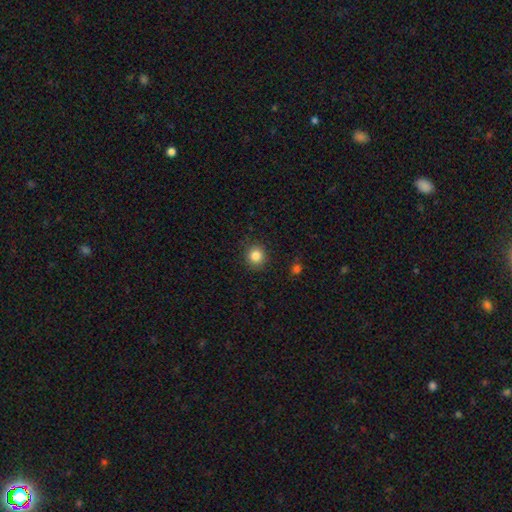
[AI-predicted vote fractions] Overall: smooth (84%). How rounded: round (90%). Merging: none (90%).